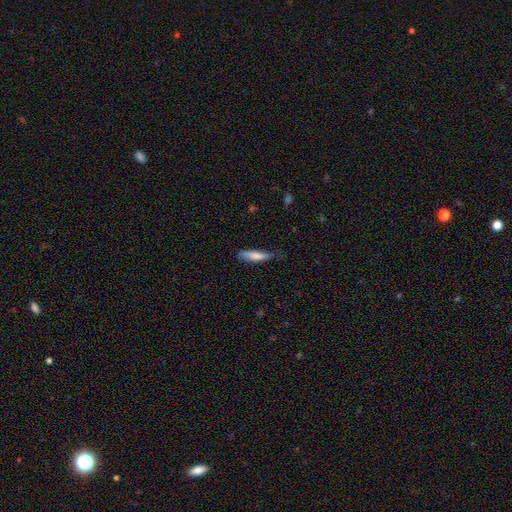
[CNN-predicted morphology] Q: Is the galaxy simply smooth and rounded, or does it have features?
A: smooth — 79%.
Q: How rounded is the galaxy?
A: cigar-shaped — 77%.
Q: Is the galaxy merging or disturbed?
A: none — 69%.